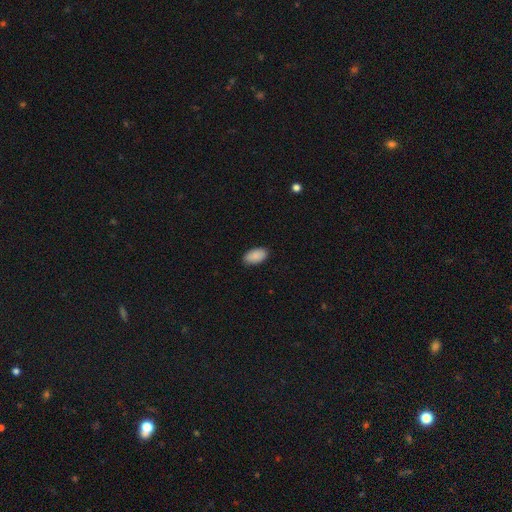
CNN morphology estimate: This appears to be a smooth galaxy with no disk features (90%) that is in between round and cigar-shaped (95%). Merging: none (89%).